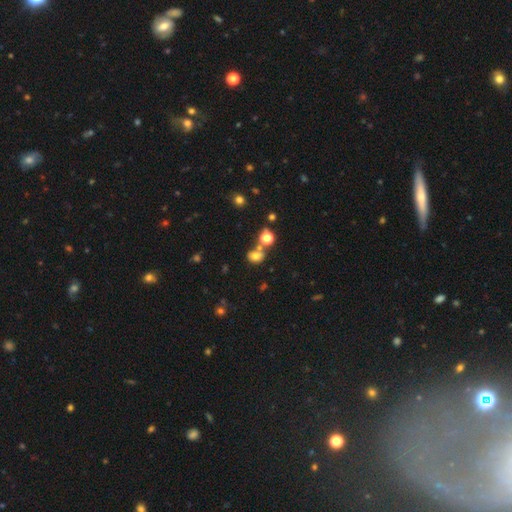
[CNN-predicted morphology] Smooth or featured?
  - smooth: 71% *
  - star or artifact: 19%
  - featured or disk: 11%
How rounded?
  - round: 52% *
  - in between: 47%
  - cigar-shaped: 1%
Merging?
  - none: 51% *
  - merger: 30%
  - minor disturbance: 13%
  - major disturbance: 6%